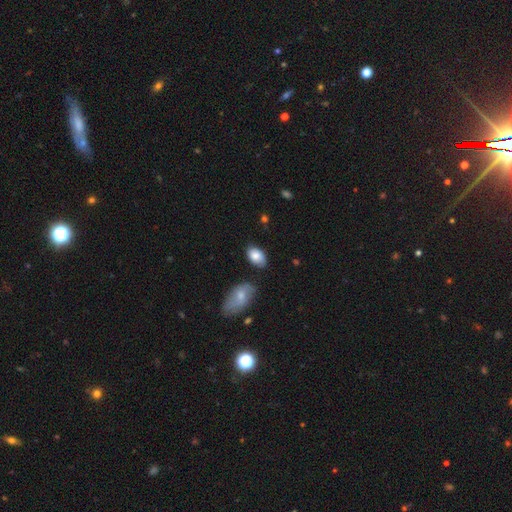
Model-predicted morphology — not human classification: smooth 81%, featured or disk 12%, star or artifact 7%. Down the decision tree: how rounded — in between (91%); merging — none (70%).